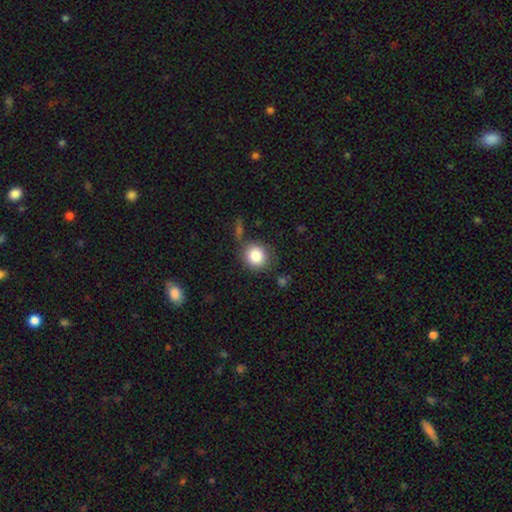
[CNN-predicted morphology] smooth-or-featured: smooth: 84% | star or artifact: 9% | featured or disk: 7%
  how-rounded: round: 84% | in between: 15% | cigar-shaped: 1%
  merging: none: 72% | minor disturbance: 16% | merger: 6% | major disturbance: 6%